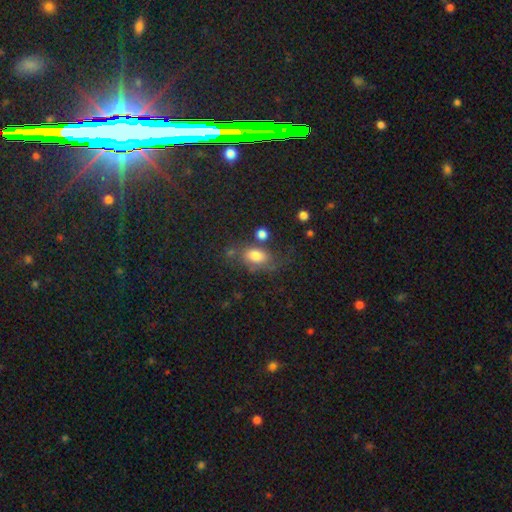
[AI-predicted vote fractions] Smooth or featured? Predicted: smooth (p=0.74). How rounded? Predicted: in between (p=0.83). Merging? Predicted: none (p=0.52).